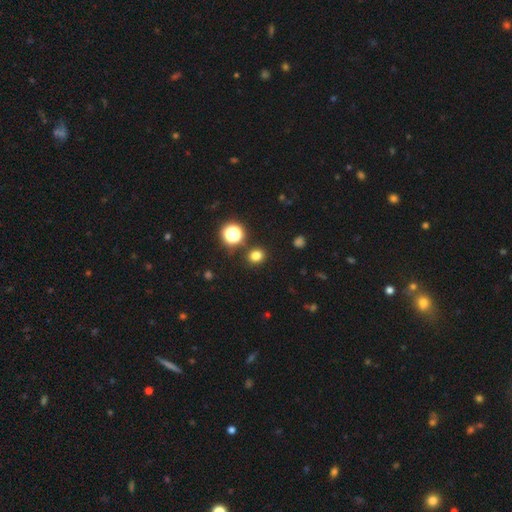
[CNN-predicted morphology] Smooth or featured? smooth (77%)
How rounded? round (74%)
Merging? none (87%)